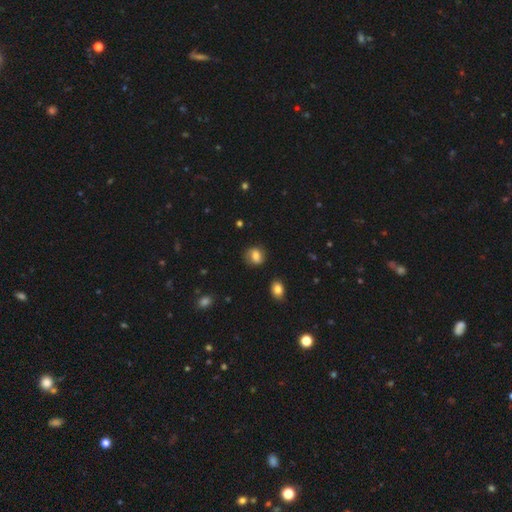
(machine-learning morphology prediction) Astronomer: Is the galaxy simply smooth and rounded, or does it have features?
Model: smooth — 76%.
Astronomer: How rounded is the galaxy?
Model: round — 63%.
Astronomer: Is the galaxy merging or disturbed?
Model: none — 77%.